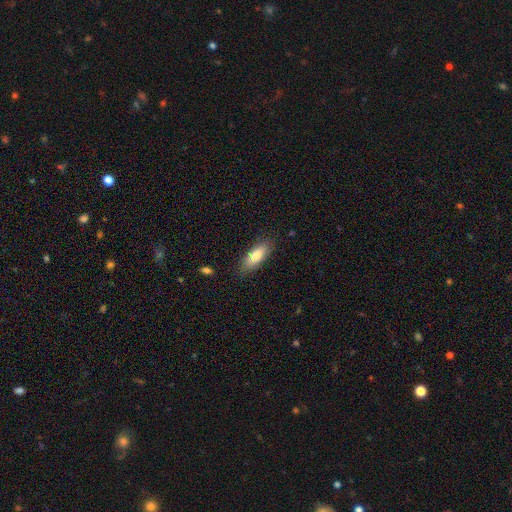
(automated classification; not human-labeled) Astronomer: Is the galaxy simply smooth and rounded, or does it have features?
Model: smooth — 77%.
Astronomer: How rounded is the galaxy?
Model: in between — 70%.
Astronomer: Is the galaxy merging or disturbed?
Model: none — 81%.